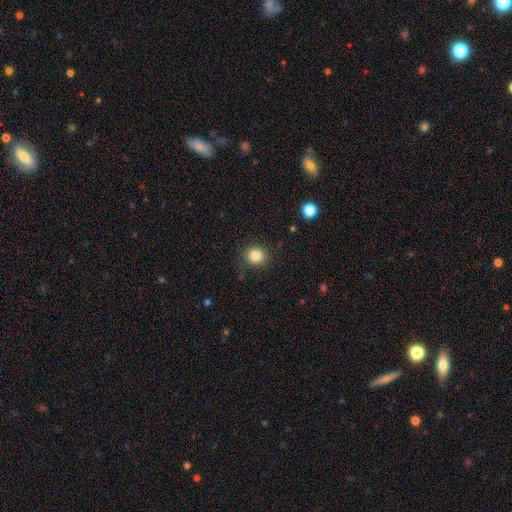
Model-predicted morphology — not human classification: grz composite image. It shows a smooth galaxy with no disk features (83%) that is round (84%). Merging: none (86%).